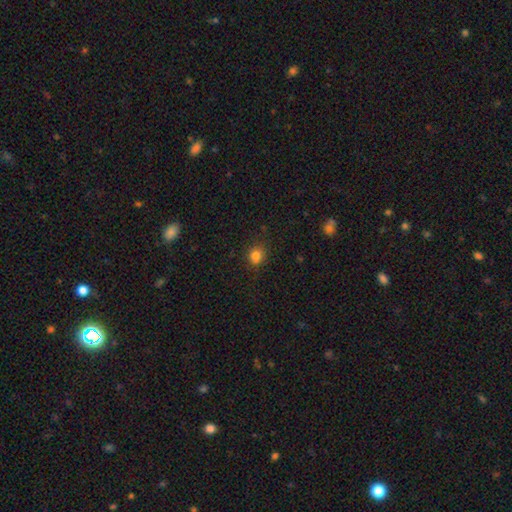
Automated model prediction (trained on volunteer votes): Smooth or featured? smooth (80%)
How rounded? round (79%)
Merging? none (73%)